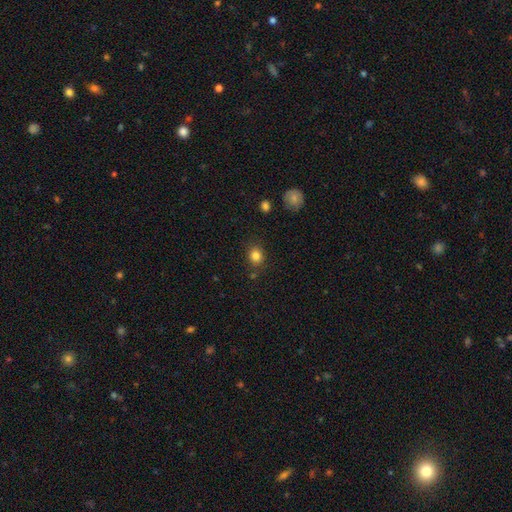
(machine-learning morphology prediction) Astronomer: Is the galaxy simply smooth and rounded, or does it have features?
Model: smooth — 83%.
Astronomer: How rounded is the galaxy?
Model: round — 67%.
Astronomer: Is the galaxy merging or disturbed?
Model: none — 81%.